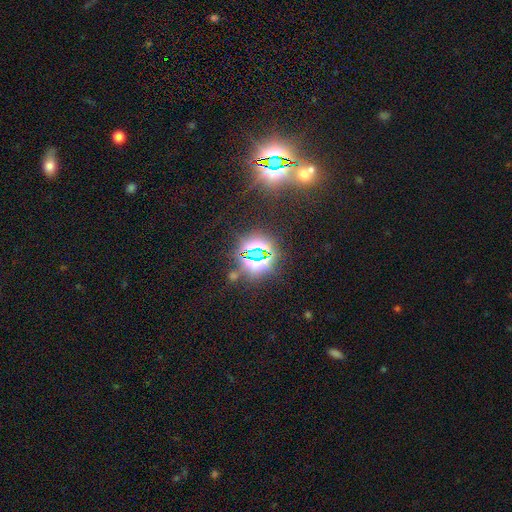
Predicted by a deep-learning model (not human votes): Smooth or featured? star or artifact (77%)